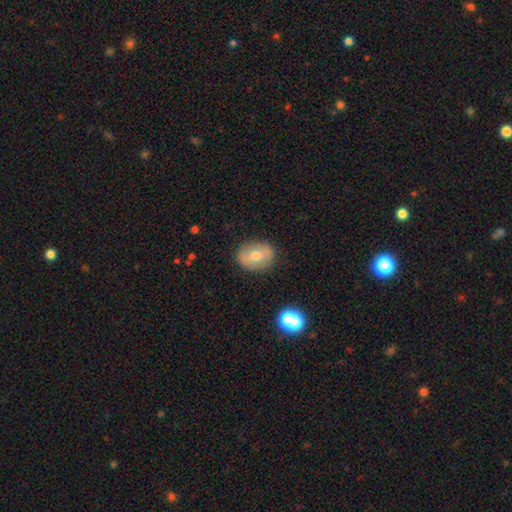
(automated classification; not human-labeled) Morphology: type=smooth (60%); roundness=in between (57%); merging=none (85%).